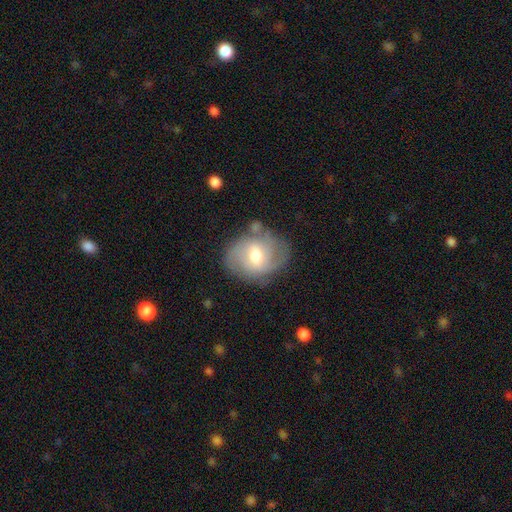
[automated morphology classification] Overall: featured or disk (57%; smooth 35%). Edge-on disk: no (96%). Bar: weak (55%; no 30%). Spiral arms: yes (75%). Bulge size: moderate (72%). Merging: none (65%).